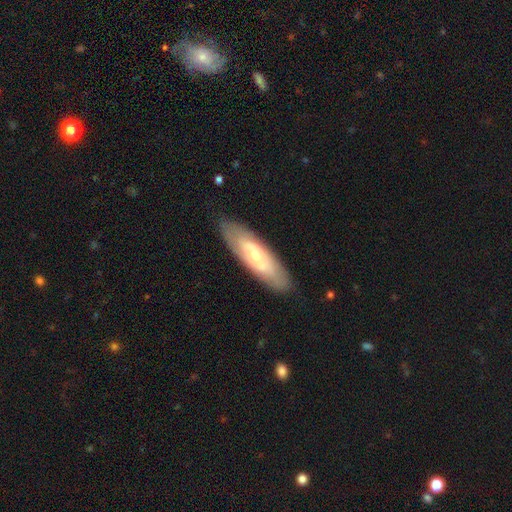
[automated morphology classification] This is possibly a featured or disk galaxy (53%). It is likely not viewed edge-on (72%). Merging: clearly none (83%).